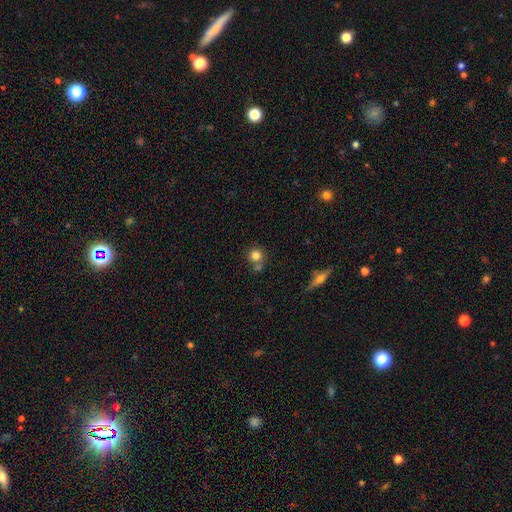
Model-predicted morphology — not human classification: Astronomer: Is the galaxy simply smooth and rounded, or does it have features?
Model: smooth — 80%.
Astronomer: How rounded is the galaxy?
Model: round — 90%.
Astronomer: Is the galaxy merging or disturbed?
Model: none — 61%.